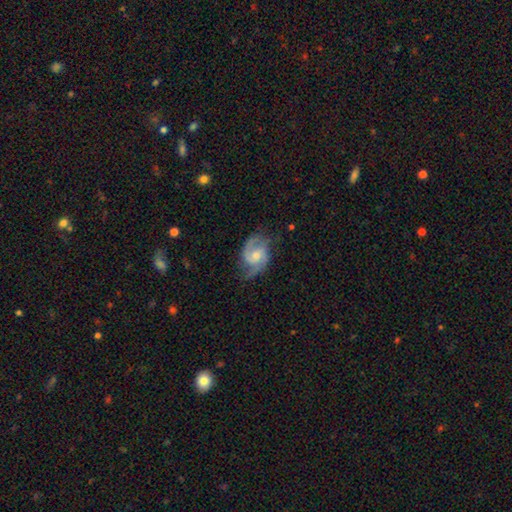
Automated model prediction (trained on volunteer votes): A featured or disk galaxy (86%) with no bar (48%), 2 (88%) medium (54%) spiral arms (97%) and a moderate central bulge (56%). Merging: none (67%).